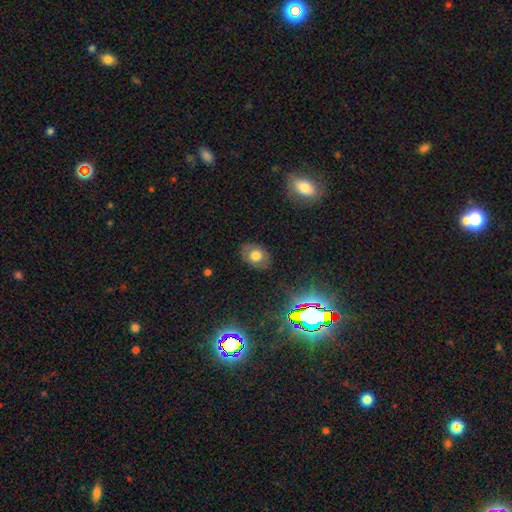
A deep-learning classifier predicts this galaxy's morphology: Smooth or featured? smooth (66%)
How rounded? in between (70%)
Merging? none (82%)